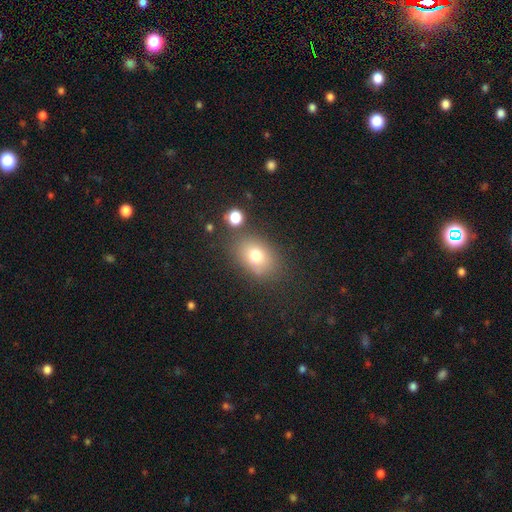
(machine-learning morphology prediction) smooth 74%, featured or disk 14%, star or artifact 12%. Down the decision tree: how rounded — in between (70%); merging — none (72%).